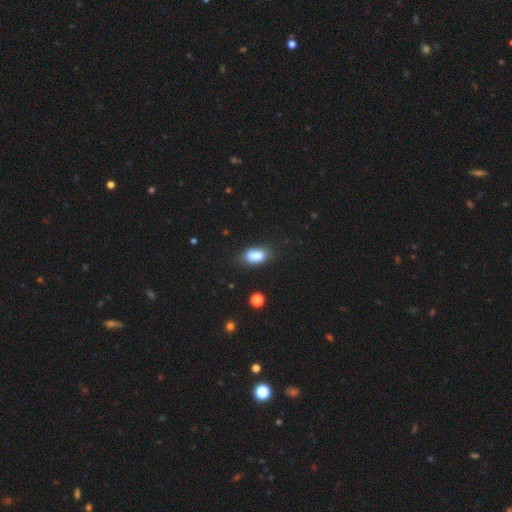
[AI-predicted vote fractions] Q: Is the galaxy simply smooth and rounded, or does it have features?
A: smooth — 81%.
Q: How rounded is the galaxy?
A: in between — 87%.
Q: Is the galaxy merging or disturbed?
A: none — 62%.